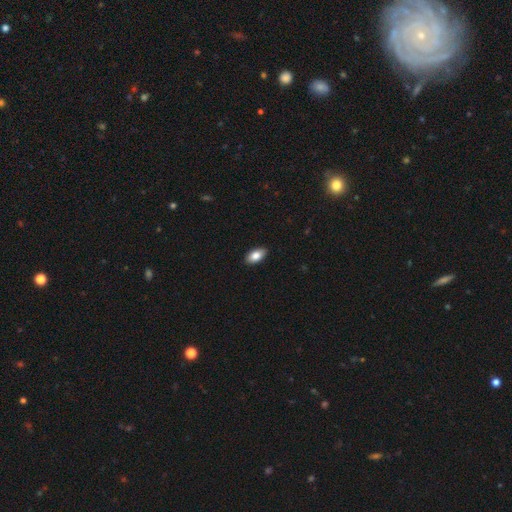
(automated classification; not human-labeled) This appears to be a smooth galaxy with no disk features (85%) that is in between round and cigar-shaped (93%). Merging: none (89%).